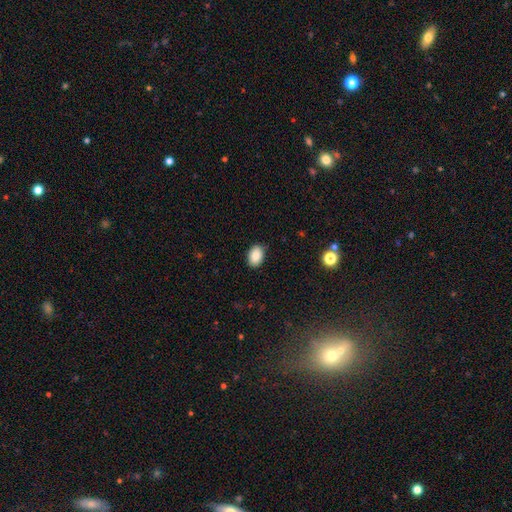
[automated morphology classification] A smooth galaxy with no disk features (87%) that is in between round and cigar-shaped (82%). Merging: none (87%).